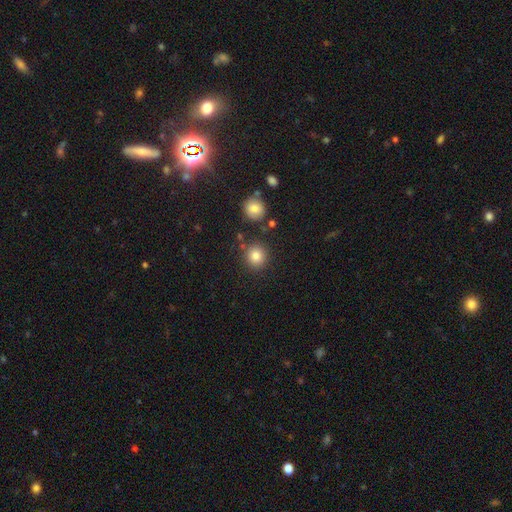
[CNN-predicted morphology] Q: Smooth or featured?
A: smooth (82%); runner-up: star or artifact (12%)
Q: How rounded?
A: round (91%); runner-up: in between (8%)
Q: Merging?
A: none (85%); runner-up: minor disturbance (7%)